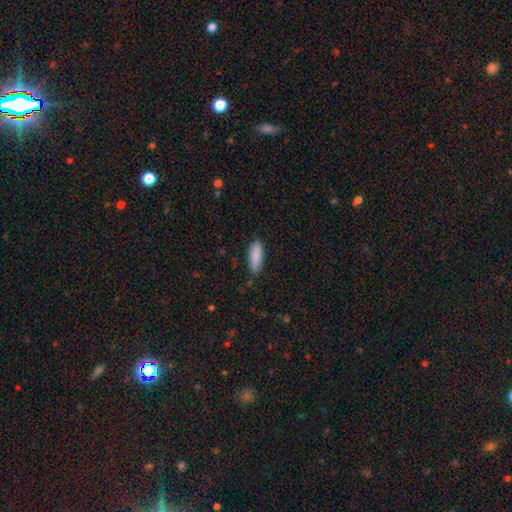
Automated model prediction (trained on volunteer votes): Smooth or featured?
  - smooth: 88% *
  - star or artifact: 6%
  - featured or disk: 6%
How rounded?
  - in between: 58% *
  - cigar-shaped: 41%
  - round: 2%
Merging?
  - none: 82% *
  - minor disturbance: 14%
  - major disturbance: 2%
  - merger: 1%